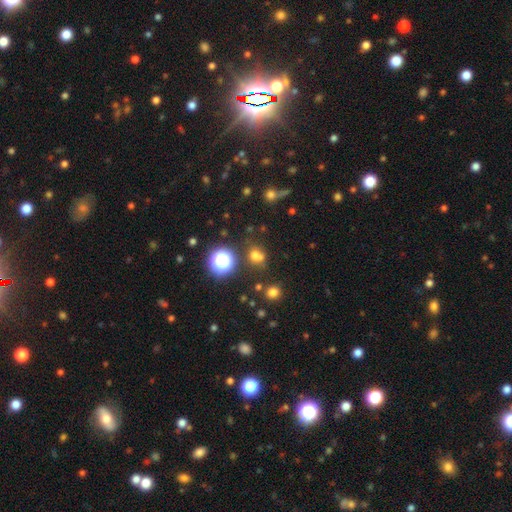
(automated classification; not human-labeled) A smooth galaxy with no disk features (62%) that is round (72%). Merging: none (58%).